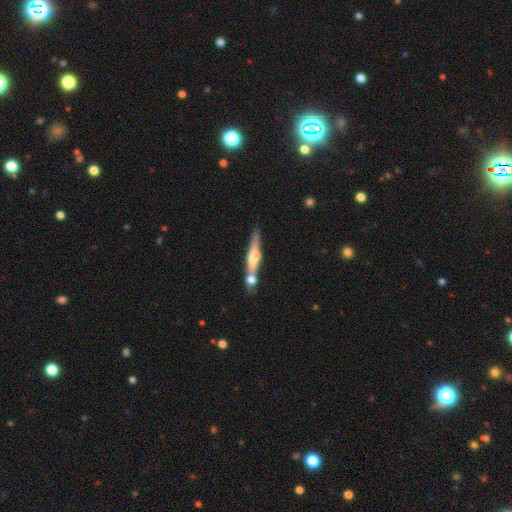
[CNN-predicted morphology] Smooth or featured?
  - featured or disk: 59% *
  - smooth: 35%
  - star or artifact: 7%
Edge-on disk?
  - yes: 92% *
  - no: 8%
Edge-on bulge?
  - rounded: 72% *
  - boxy: 16%
  - none: 11%
Merging?
  - none: 57% *
  - merger: 25%
  - minor disturbance: 13%
  - major disturbance: 5%